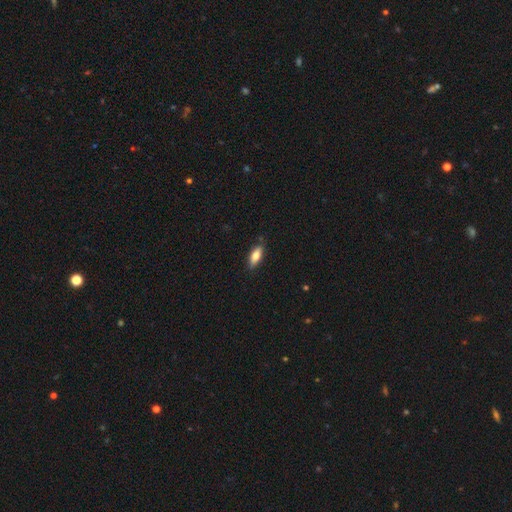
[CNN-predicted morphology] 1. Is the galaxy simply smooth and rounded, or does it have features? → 76% smooth, 17% featured or disk, 6% star or artifact.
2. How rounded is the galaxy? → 74% in between, 23% cigar-shaped, 2% round.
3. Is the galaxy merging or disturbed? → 83% none, 14% minor disturbance, 2% major disturbance, 1% merger.